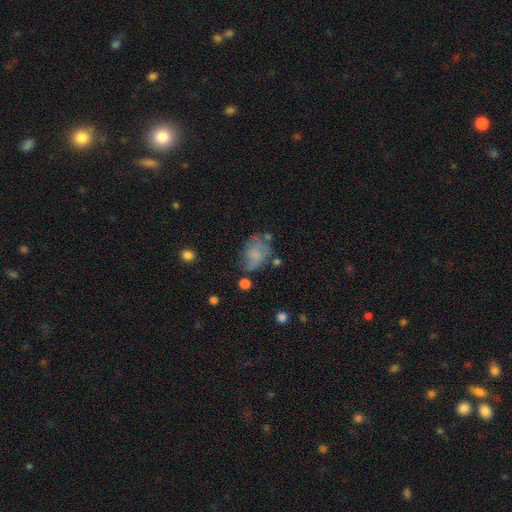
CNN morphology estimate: smooth 61%, featured or disk 28%, star or artifact 10%. Down the decision tree: how rounded — in between (71%); merging — none (40%).